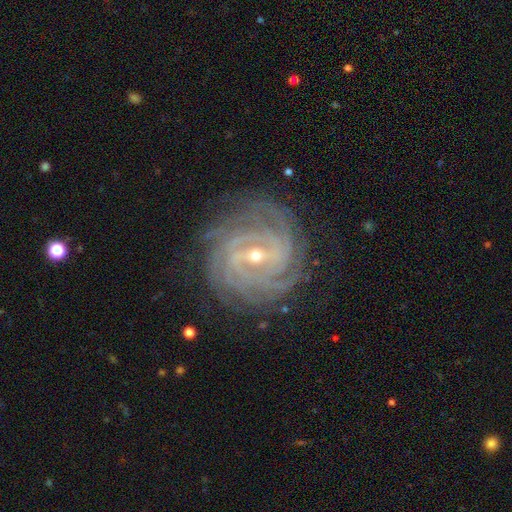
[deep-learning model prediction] Smooth or featured? featured or disk (92%)
Edge-on disk? no (97%)
Bar? weak (44%)
Spiral arms? yes (98%)
Spiral winding? tight (81%)
Spiral arm count? 4 (32%)
Bulge size? small (60%)
Merging? none (81%)